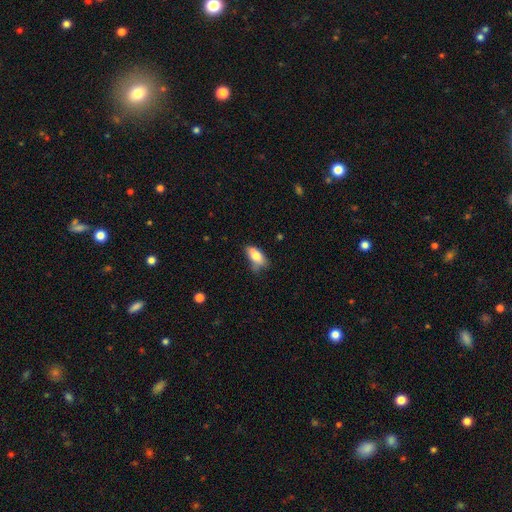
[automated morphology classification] Smooth or featured?
  - smooth: 72% *
  - featured or disk: 19%
  - star or artifact: 9%
How rounded?
  - in between: 87% *
  - cigar-shaped: 7%
  - round: 6%
Merging?
  - none: 37% *
  - minor disturbance: 36%
  - major disturbance: 18%
  - merger: 9%